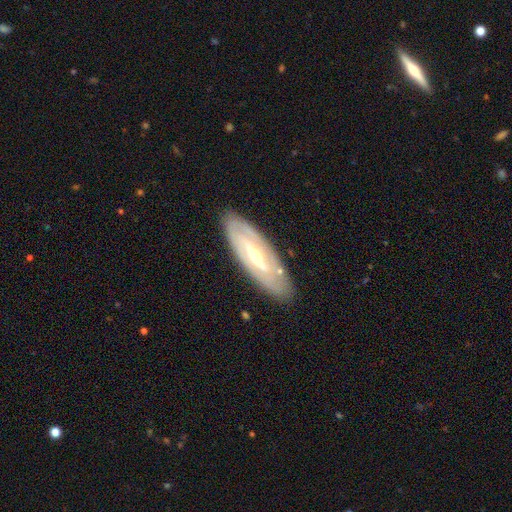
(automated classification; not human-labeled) smooth-or-featured: featured or disk: 77% | smooth: 17% | star or artifact: 6%
  disk-edge-on: no: 80% | yes: 20%
    bar: weak: 39% | strong: 36% | no: 26%
    has-spiral-arms: yes: 67% | no: 33%
    bulge-size: moderate: 64% | small: 29% | large: 5% | none: 1% | dominant: 1%
  merging: none: 84% | minor disturbance: 11% | major disturbance: 3% | merger: 1%